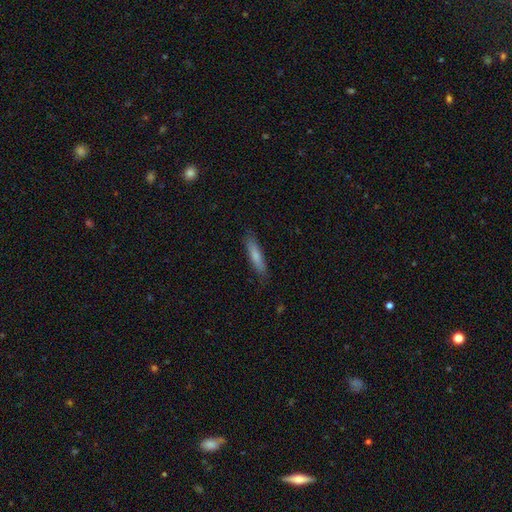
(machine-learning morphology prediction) Smooth or featured? Predicted: smooth (p=0.76). How rounded? Predicted: cigar-shaped (p=0.82). Merging? Predicted: none (p=0.85).